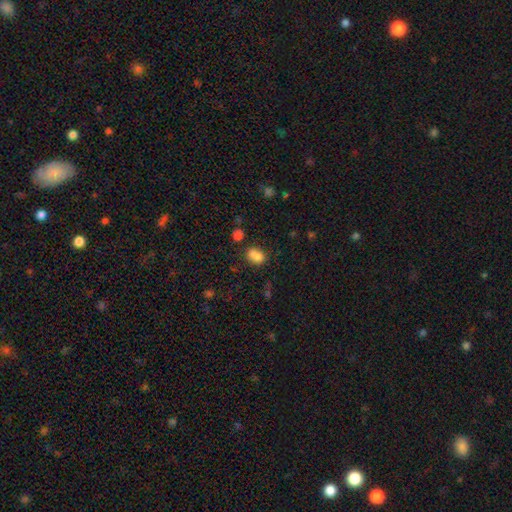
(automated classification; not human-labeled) smooth_or_featured: smooth (p=0.79) [alt: star or artifact p=0.13]
how_rounded: in between (p=0.66) [alt: round p=0.32]
merging: none (p=0.44) [alt: merger p=0.36]